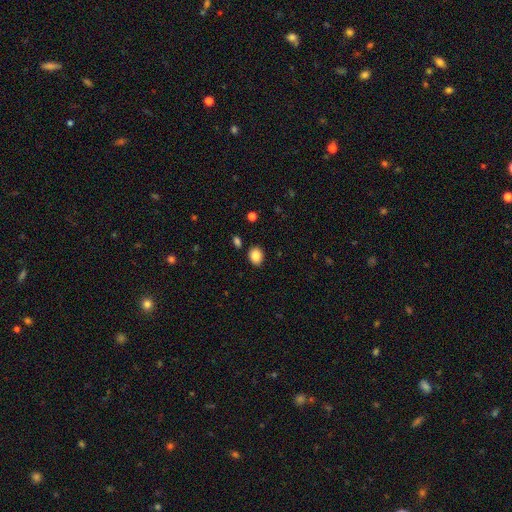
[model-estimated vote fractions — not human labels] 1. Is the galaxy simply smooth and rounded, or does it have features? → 87% smooth, 9% star or artifact, 4% featured or disk.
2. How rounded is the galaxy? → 50% round, 49% in between, 1% cigar-shaped.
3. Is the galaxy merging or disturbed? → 85% none, 9% minor disturbance, 3% merger, 2% major disturbance.